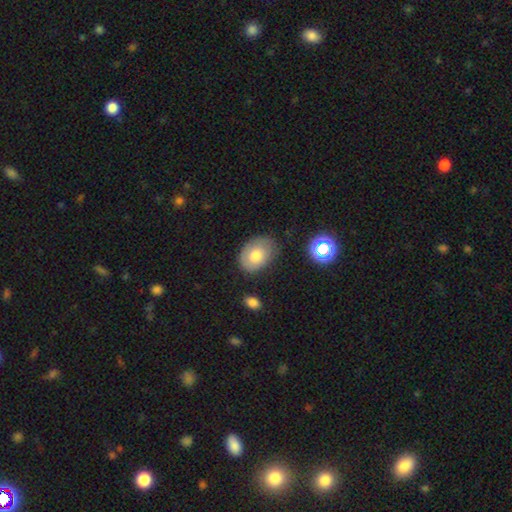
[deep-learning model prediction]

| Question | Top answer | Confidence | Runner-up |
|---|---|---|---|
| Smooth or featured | smooth | 71% | featured or disk (20%) |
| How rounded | in between | 75% | round (24%) |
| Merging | none | 72% | minor disturbance (20%) |